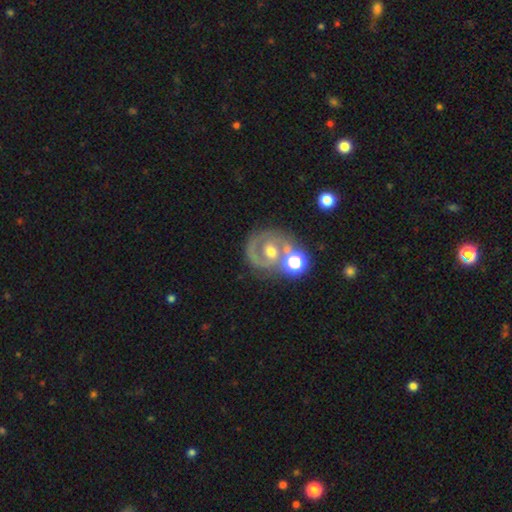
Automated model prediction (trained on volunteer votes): Morphology: type=featured or disk (67%); edge-on=no (96%); bar=no (68%); spiral arms=yes (58%); bulge=moderate (67%); merging=none (57%).